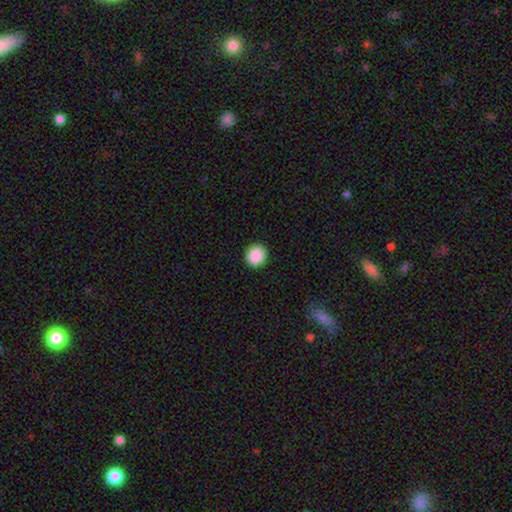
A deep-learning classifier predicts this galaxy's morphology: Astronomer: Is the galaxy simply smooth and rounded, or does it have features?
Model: smooth — 90%.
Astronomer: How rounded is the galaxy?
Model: round — 87%.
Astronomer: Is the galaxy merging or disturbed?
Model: none — 93%.